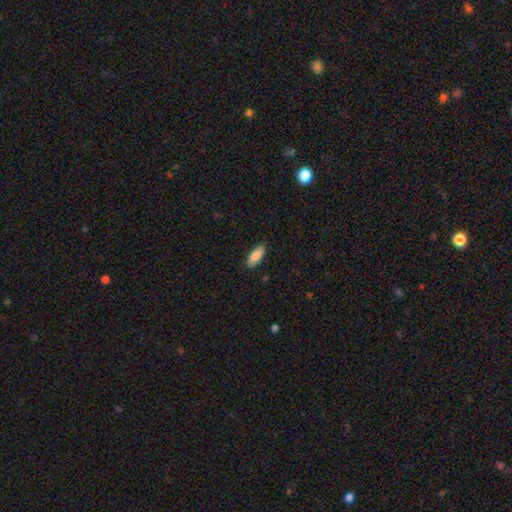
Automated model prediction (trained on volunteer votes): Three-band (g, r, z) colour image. It shows a smooth galaxy with no disk features (85%) that is in between round and cigar-shaped (79%). Merging: none (86%).